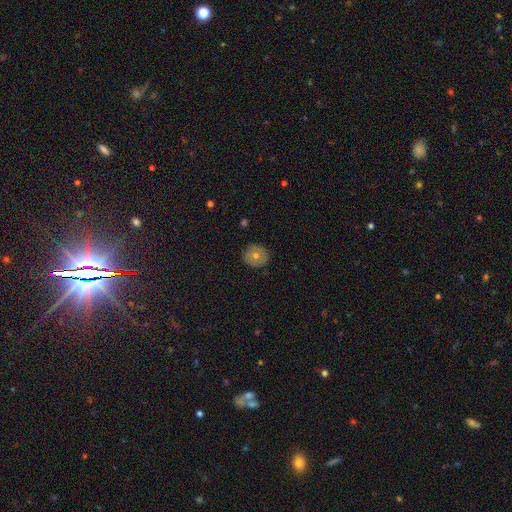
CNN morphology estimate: Smooth or featured: smooth — 62% (featured or disk — 28%)
How rounded: round — 91% (in between — 8%)
Merging: none — 88% (minor disturbance — 9%)